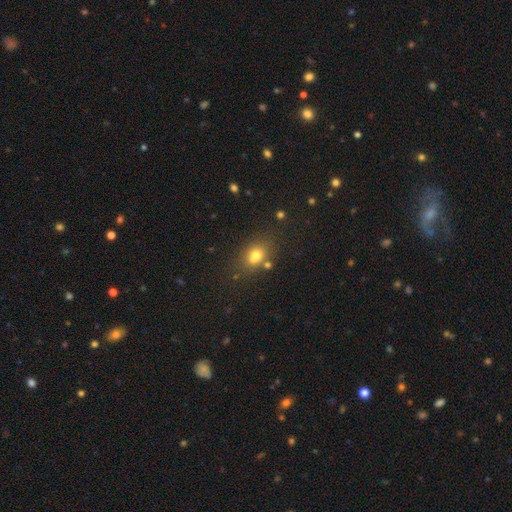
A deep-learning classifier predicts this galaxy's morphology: This is likely a smooth galaxy (73%). How rounded: likely in between (66%). Merging: likely none (62%).